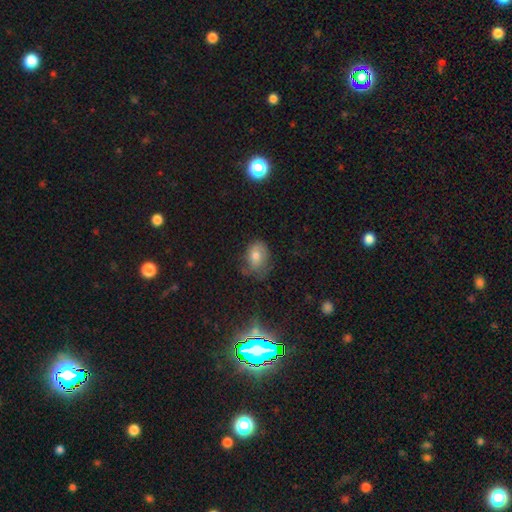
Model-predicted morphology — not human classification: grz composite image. It shows a smooth galaxy with no disk features (62%) that is in between round and cigar-shaped (74%). Merging: none (49%).